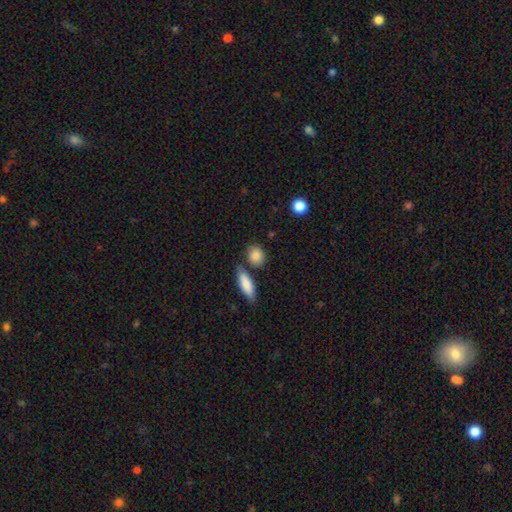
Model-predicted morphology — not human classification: smooth_or_featured: smooth (p=0.87) [alt: star or artifact p=0.07]
how_rounded: round (p=0.58) [alt: in between p=0.37]
merging: none (p=0.72) [alt: minor disturbance p=0.13]